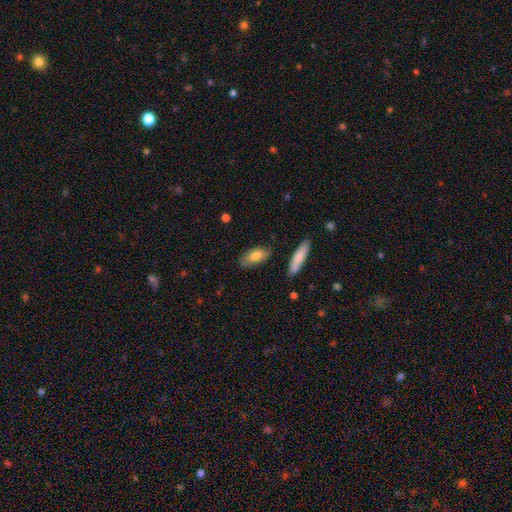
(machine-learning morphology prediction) Overall: smooth (76%). How rounded: in between (81%). Merging: none (78%).